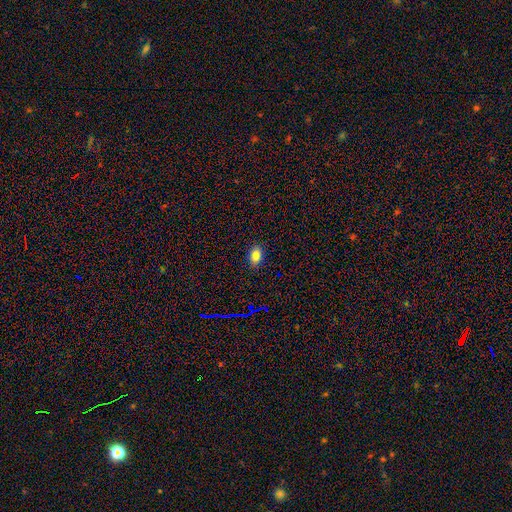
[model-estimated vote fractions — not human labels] This appears to be a smooth galaxy with no disk features (80%) that is in between round and cigar-shaped (83%). Merging: none (88%).